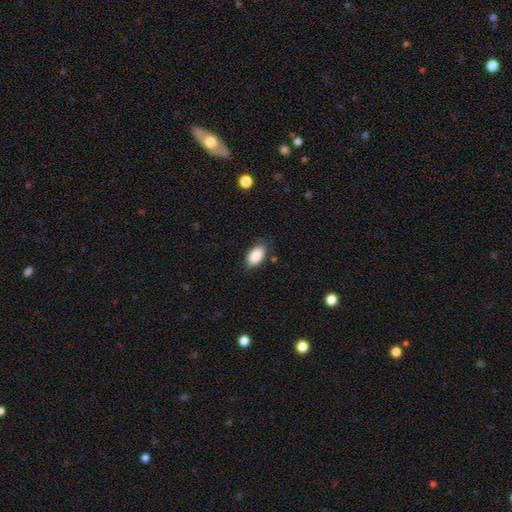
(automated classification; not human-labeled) Overall: smooth (88%). How rounded: in between (93%). Merging: none (81%).